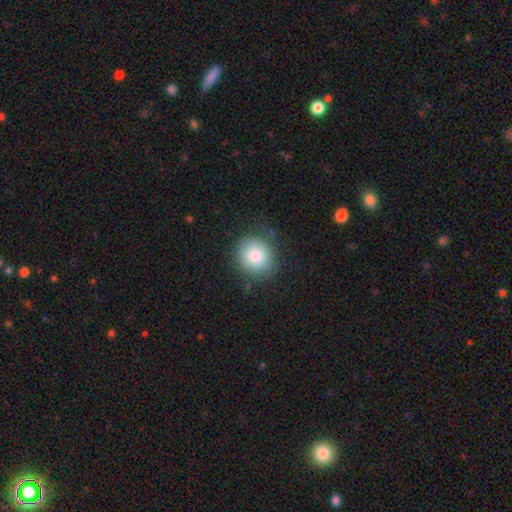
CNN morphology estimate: Overall: smooth (82%). How rounded: round (84%). Merging: none (78%).